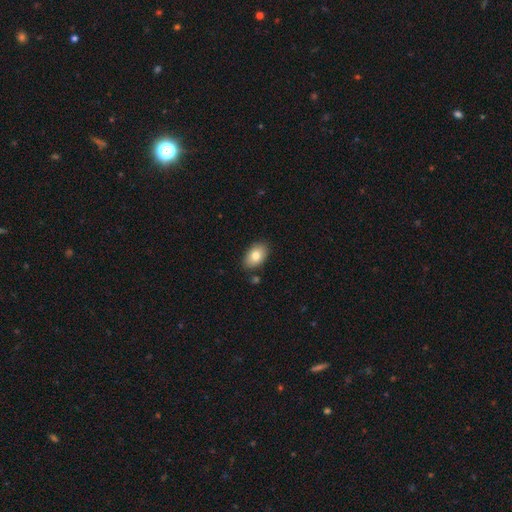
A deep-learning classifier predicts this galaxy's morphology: smooth-or-featured: smooth: 80% | featured or disk: 12% | star or artifact: 7%
  how-rounded: in between: 90% | round: 8% | cigar-shaped: 1%
  merging: none: 85% | minor disturbance: 11% | merger: 3% | major disturbance: 2%